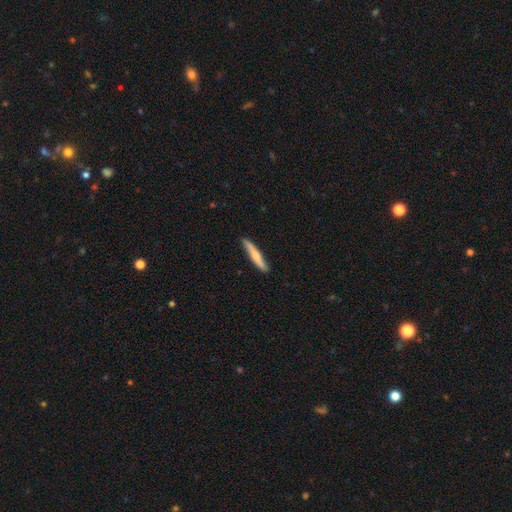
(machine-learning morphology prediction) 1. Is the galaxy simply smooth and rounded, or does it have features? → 64% smooth, 31% featured or disk, 5% star or artifact.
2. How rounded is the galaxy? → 93% cigar-shaped, 6% in between, 1% round.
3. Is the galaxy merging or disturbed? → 86% none, 11% minor disturbance, 2% major disturbance, 1% merger.